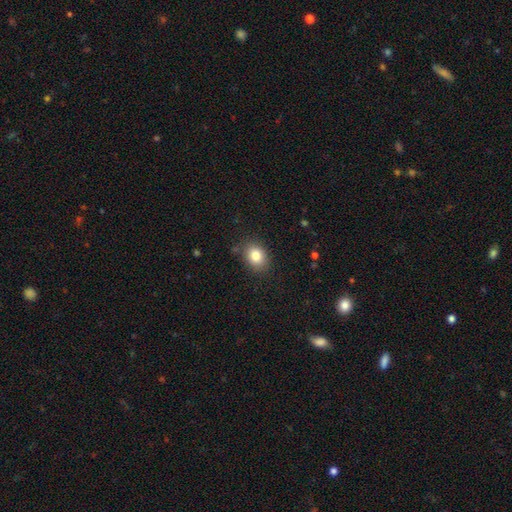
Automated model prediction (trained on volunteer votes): Q: Smooth or featured?
A: smooth (83%); runner-up: star or artifact (10%)
Q: How rounded?
A: in between (59%); runner-up: round (40%)
Q: Merging?
A: none (84%); runner-up: minor disturbance (12%)